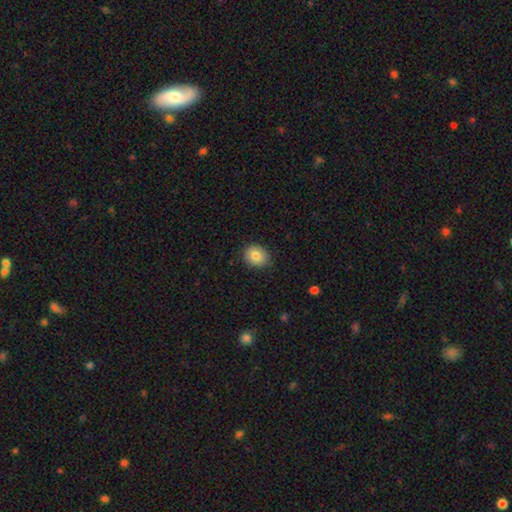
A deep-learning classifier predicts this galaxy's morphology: The model was most divided on "how rounded": round: 60%, in between: 39%, cigar-shaped: 1%. More confident: smooth or featured — smooth (83%); merging — none (82%).